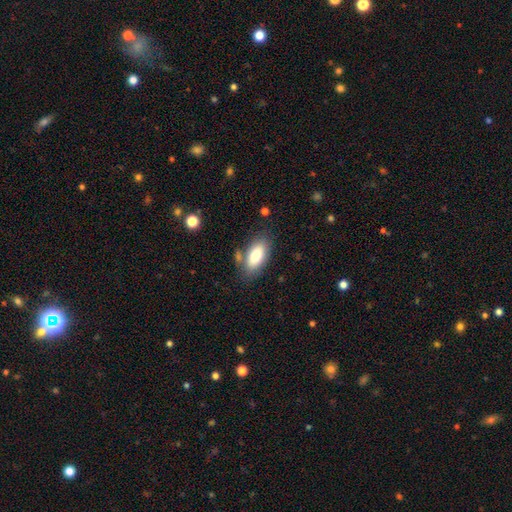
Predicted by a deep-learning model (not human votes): Smooth or featured? smooth (79%)
How rounded? in between (90%)
Merging? none (72%)